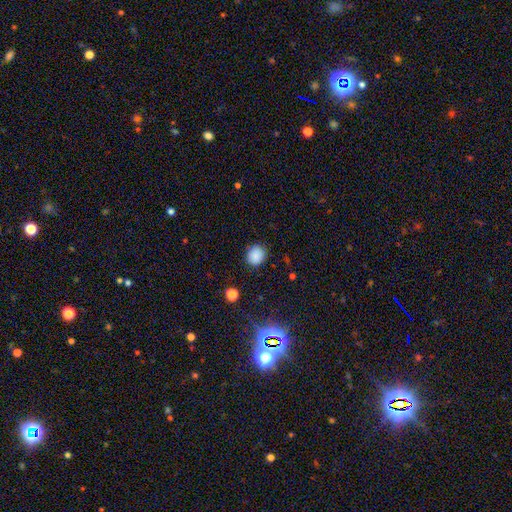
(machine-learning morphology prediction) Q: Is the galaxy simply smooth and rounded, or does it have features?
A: smooth — 85%.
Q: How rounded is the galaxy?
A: round — 72%.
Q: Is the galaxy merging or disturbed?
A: none — 86%.